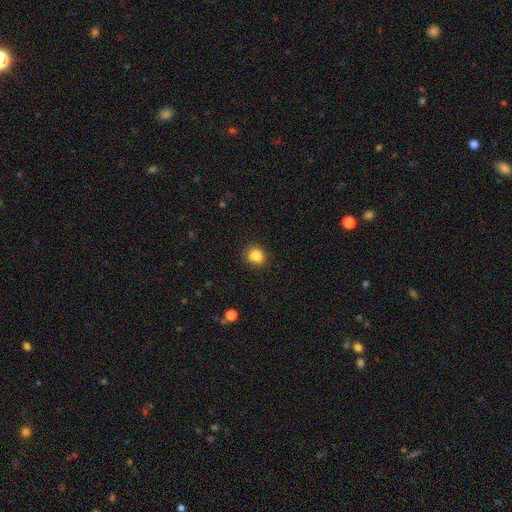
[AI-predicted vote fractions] smooth-or-featured: smooth: 86% | star or artifact: 10% | featured or disk: 4%
  how-rounded: round: 65% | in between: 34% | cigar-shaped: 1%
  merging: none: 83% | minor disturbance: 12% | major disturbance: 3% | merger: 1%